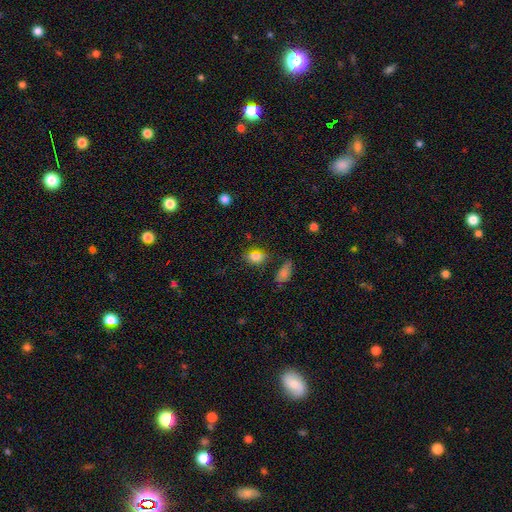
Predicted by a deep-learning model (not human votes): The model was most divided on "how rounded": in between: 71%, round: 25%, cigar-shaped: 3%. More confident: smooth or featured — smooth (77%); merging — none (75%).